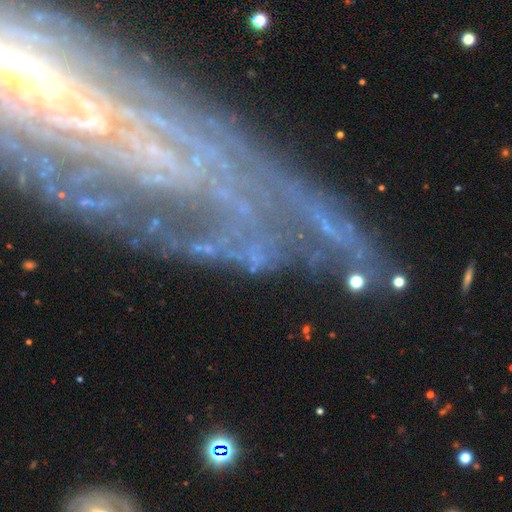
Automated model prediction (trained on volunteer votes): Smooth or featured?
  - star or artifact: 43% *
  - featured or disk: 42%
  - smooth: 15%